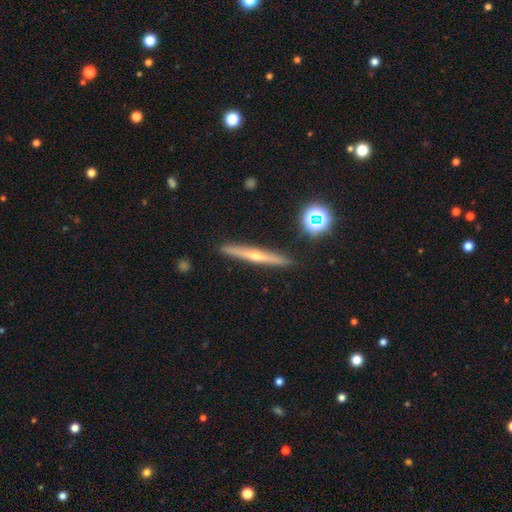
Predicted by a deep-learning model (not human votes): A featured or disk galaxy (73%) viewed edge-on (97%) with a rounded central bulge (84%).

Vote fractions:
- Smooth or featured? featured or disk: 73% / smooth: 20% / star or artifact: 7%
- Edge-on disk? yes: 97% / no: 3%
- Edge-on bulge? rounded: 84% / none: 13% / boxy: 3%
- Merging? none: 90% / minor disturbance: 7% / merger: 2% / major disturbance: 1%